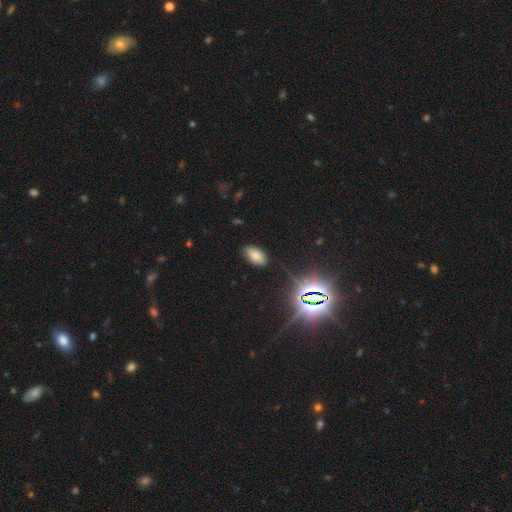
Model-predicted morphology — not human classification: Q: Smooth or featured?
A: smooth (69%); runner-up: star or artifact (21%)
Q: How rounded?
A: in between (94%); runner-up: round (4%)
Q: Merging?
A: none (83%); runner-up: minor disturbance (12%)